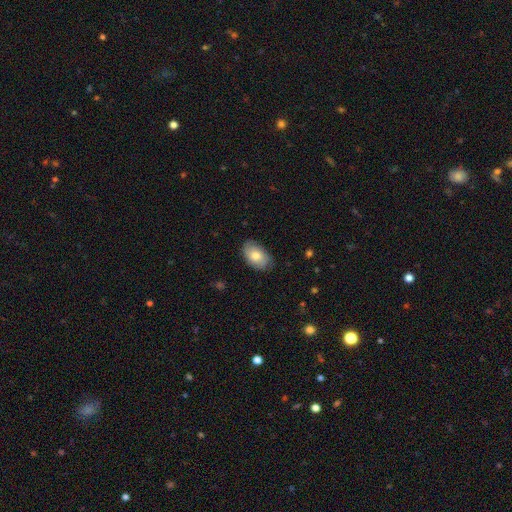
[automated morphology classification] Smooth or featured? smooth (65%)
How rounded? in between (89%)
Merging? none (77%)